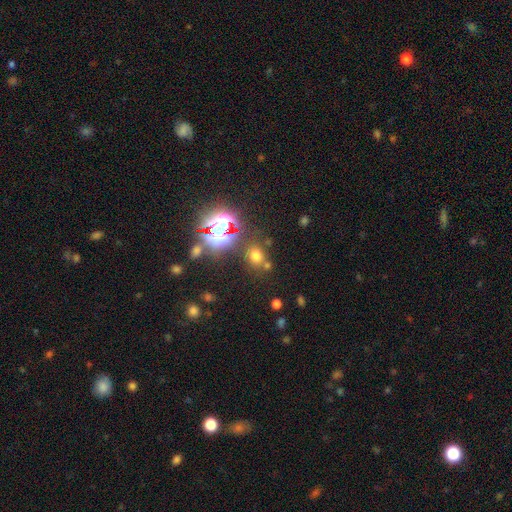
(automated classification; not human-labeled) A smooth galaxy with no disk features (64%) that is round (68%). Merging: none (74%).